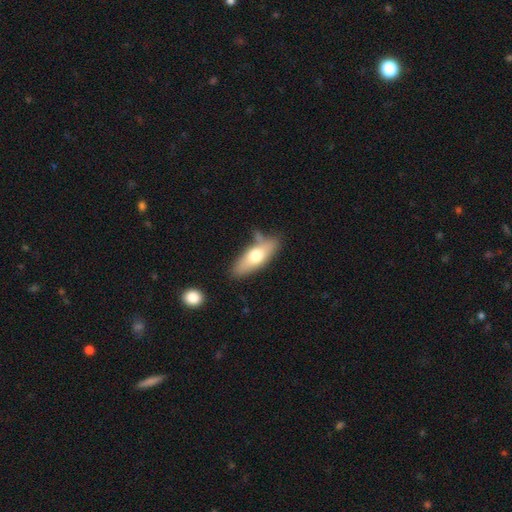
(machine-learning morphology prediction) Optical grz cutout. It shows a smooth galaxy with no disk features (61%) that is in between round and cigar-shaped (62%). Merging: none (66%).